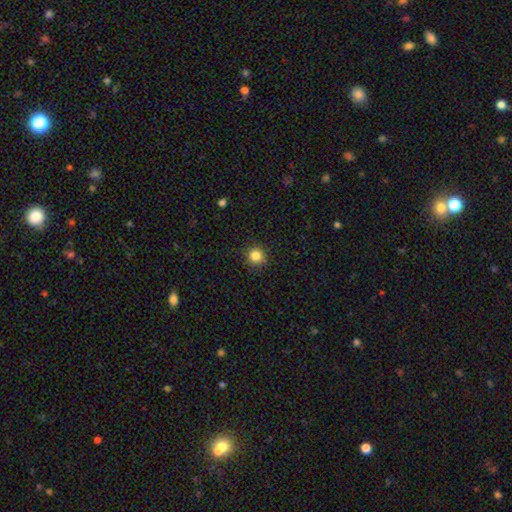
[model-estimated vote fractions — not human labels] The model was most divided on "smooth or featured": smooth: 84%, star or artifact: 12%, featured or disk: 4%. More confident: how rounded — round (93%); merging — none (90%).